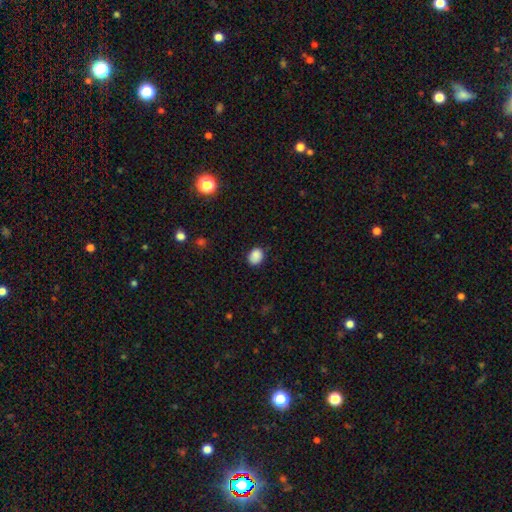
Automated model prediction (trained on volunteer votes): Smooth or featured? smooth (87%)
How rounded? round (50%)
Merging? none (78%)